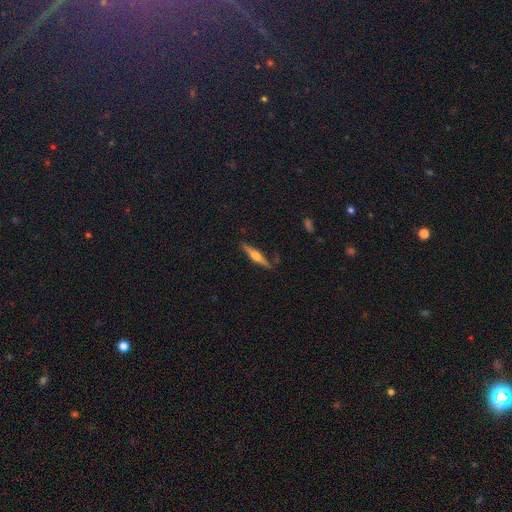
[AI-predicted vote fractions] Smooth or featured?
  - featured or disk: 71% *
  - smooth: 23%
  - star or artifact: 6%
Edge-on disk?
  - yes: 97% *
  - no: 3%
Edge-on bulge?
  - rounded: 88% *
  - boxy: 8%
  - none: 4%
Merging?
  - none: 85% *
  - minor disturbance: 11%
  - major disturbance: 2%
  - merger: 2%